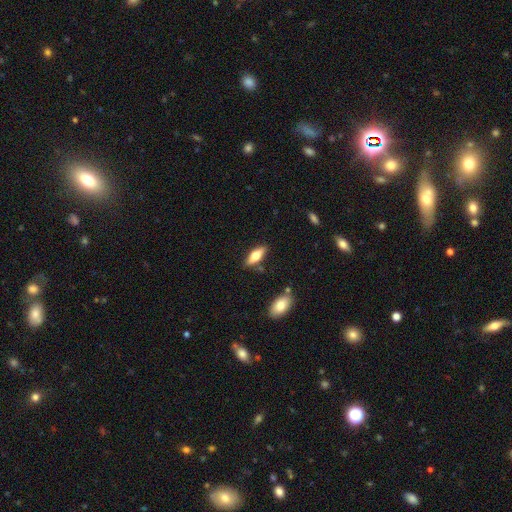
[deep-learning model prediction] The model was most divided on "smooth or featured": smooth: 63%, featured or disk: 30%, star or artifact: 7%. More confident: merging — none (82%); how rounded — in between (67%).